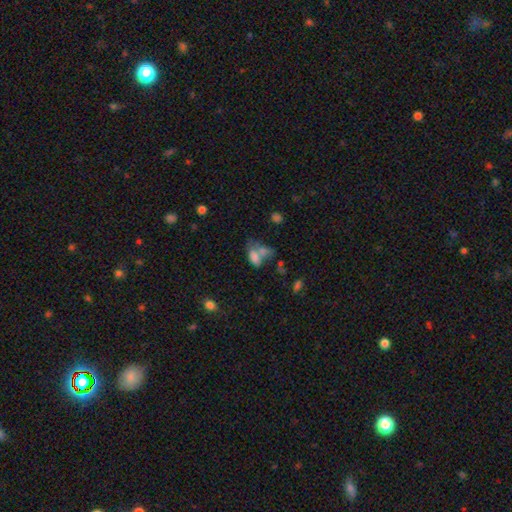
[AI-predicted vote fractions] Overall: smooth (74%). How rounded: in between (87%). Merging: merger (49%; none 27%).